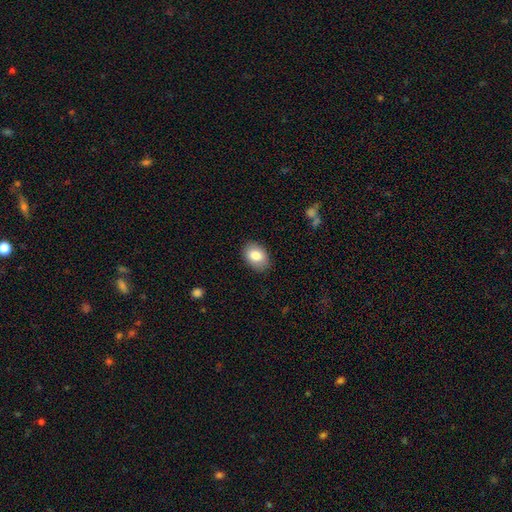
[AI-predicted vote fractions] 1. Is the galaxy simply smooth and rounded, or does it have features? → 83% smooth, 10% featured or disk, 7% star or artifact.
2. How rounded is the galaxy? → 80% in between, 19% round, 1% cigar-shaped.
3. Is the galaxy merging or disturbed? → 87% none, 10% minor disturbance, 2% major disturbance, 1% merger.